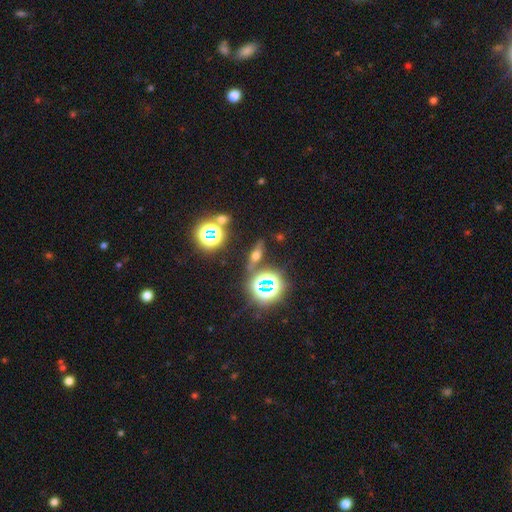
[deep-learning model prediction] Smooth or featured? Predicted: smooth (p=0.34, tied with star or artifact). Merging? Predicted: none (p=0.77).